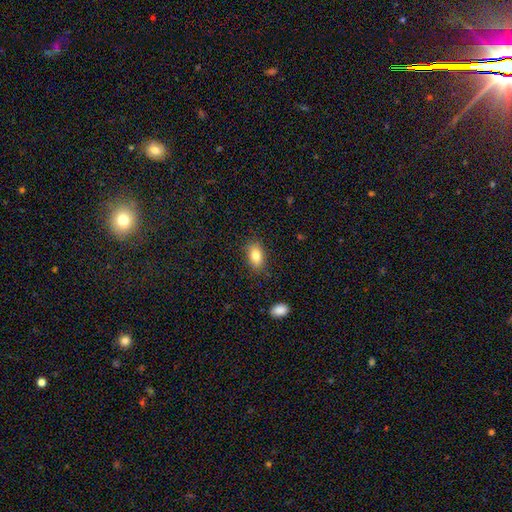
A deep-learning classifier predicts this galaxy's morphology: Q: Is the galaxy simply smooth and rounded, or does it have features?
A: smooth — 82%.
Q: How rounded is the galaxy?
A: in between — 86%.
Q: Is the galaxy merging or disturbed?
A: none — 86%.